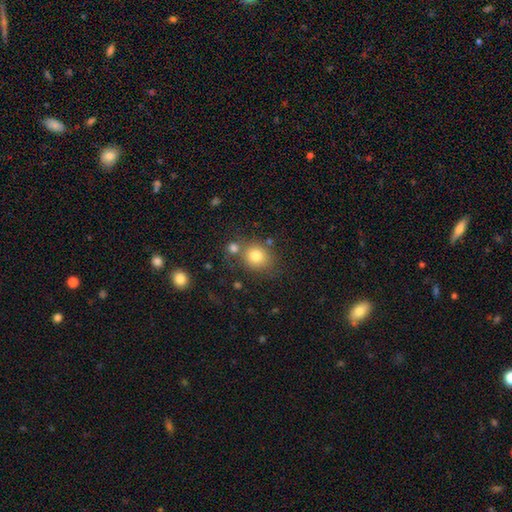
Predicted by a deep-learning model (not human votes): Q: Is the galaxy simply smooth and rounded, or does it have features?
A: smooth — 78%.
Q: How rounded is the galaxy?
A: round — 77%.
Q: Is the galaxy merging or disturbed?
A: none — 65%.